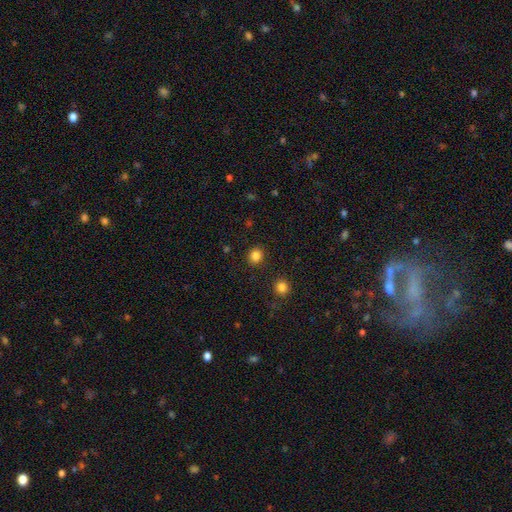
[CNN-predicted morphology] Smooth or featured? Predicted: smooth (p=0.84). How rounded? Predicted: round (p=0.79). Merging? Predicted: none (p=0.89).